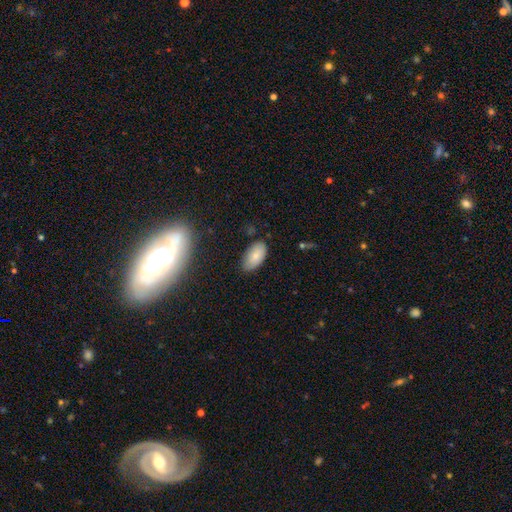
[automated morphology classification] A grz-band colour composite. It shows a smooth galaxy with no disk features (79%) that is in between round and cigar-shaped (94%). Merging: none (77%).